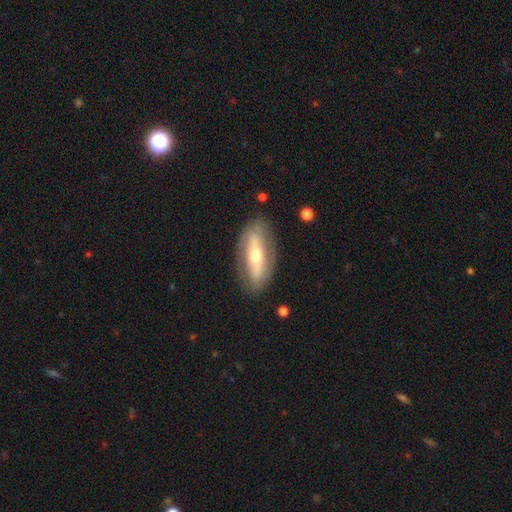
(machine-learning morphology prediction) A featured or disk galaxy (63%).

Vote fractions:
- Smooth or featured? featured or disk: 63% / smooth: 31% / star or artifact: 6%
- Edge-on disk? no: 69% / yes: 31%
- Merging? none: 80% / minor disturbance: 13% / major disturbance: 5% / merger: 2%